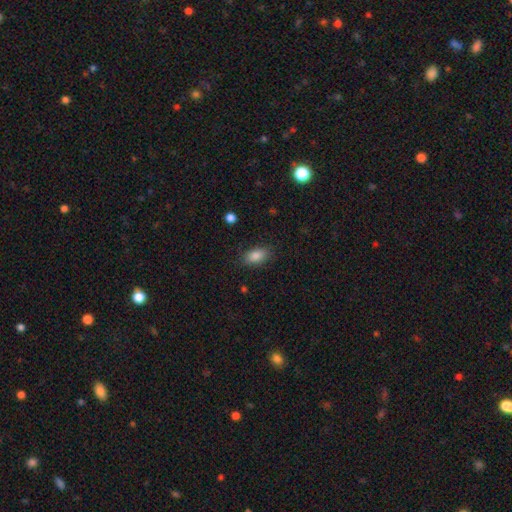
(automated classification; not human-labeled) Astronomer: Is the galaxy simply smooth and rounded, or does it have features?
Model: smooth — 86%.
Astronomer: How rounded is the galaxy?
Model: in between — 89%.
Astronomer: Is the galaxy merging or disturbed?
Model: none — 83%.